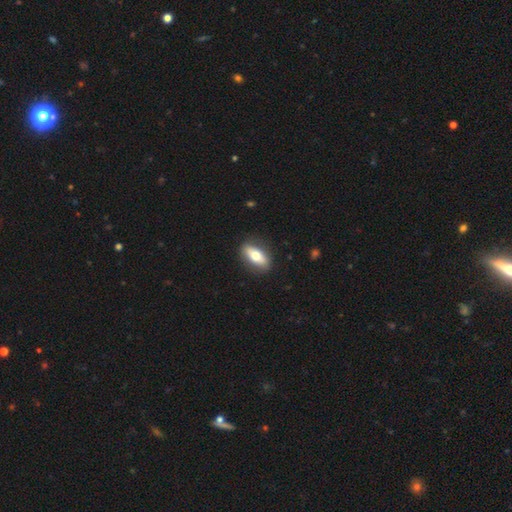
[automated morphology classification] This appears to be a smooth galaxy with no disk features (63%) that is in between round and cigar-shaped (79%). Merging: none (87%).